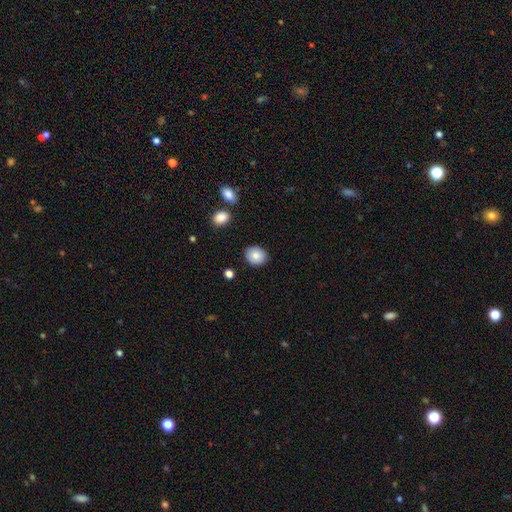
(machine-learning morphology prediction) smooth-or-featured: smooth: 85% | star or artifact: 8% | featured or disk: 7%
  how-rounded: round: 68% | in between: 31% | cigar-shaped: 1%
  merging: none: 88% | minor disturbance: 8% | major disturbance: 2% | merger: 2%